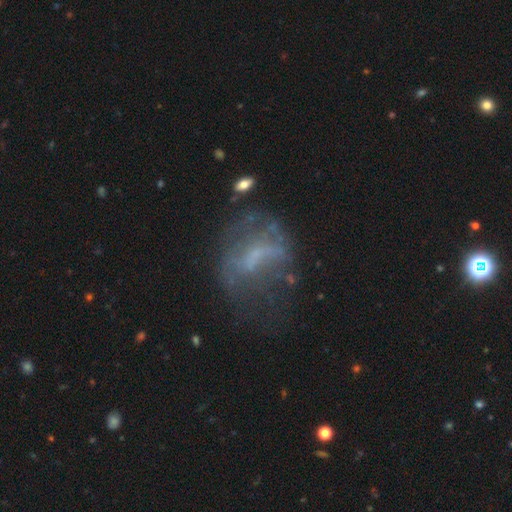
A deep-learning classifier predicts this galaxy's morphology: featured or disk 57%, smooth 27%, star or artifact 16%. Down the decision tree: edge-on disk — no (95%); bar — no (52%); spiral arms — no (68%); bulge size — none (48%); merging — none (40%).